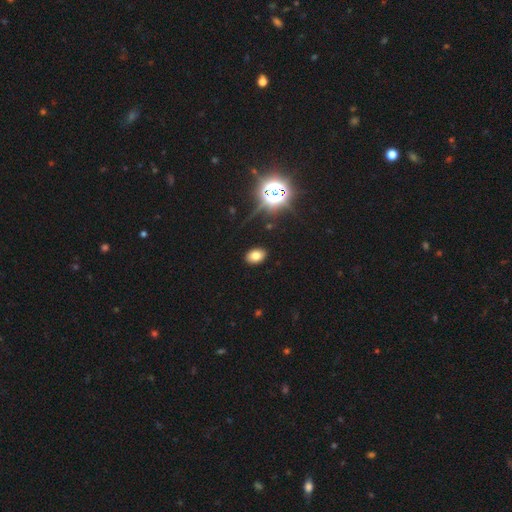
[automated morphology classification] This is likely a smooth galaxy (75%). How rounded: clearly in between (81%). Merging: clearly none (89%).